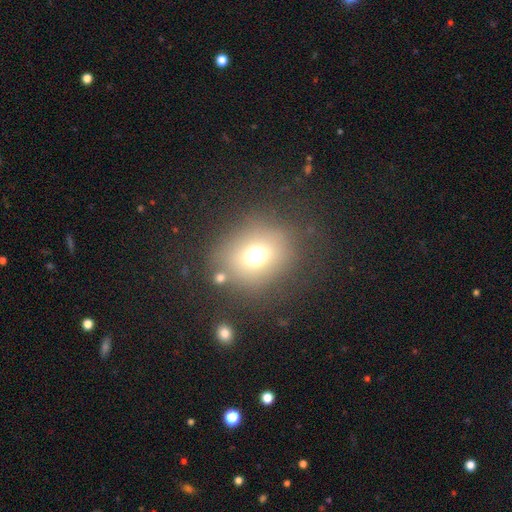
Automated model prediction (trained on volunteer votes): This is likely a smooth galaxy (65%). How rounded: likely round (74%). Merging: likely none (71%).